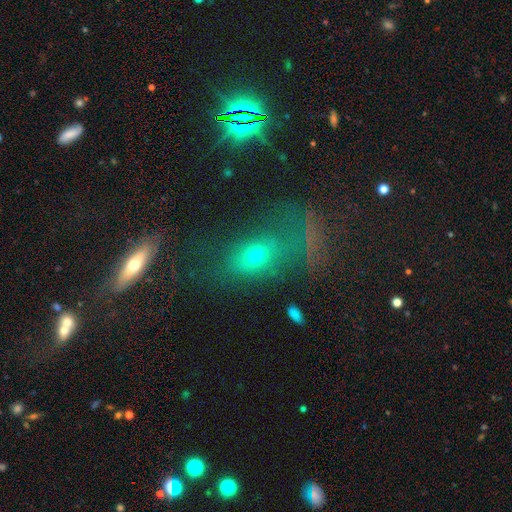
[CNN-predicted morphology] Smooth or featured: smooth — 56% (star or artifact — 24%)
How rounded: in between — 67% (round — 25%)
Merging: none — 50% (major disturbance — 21%)